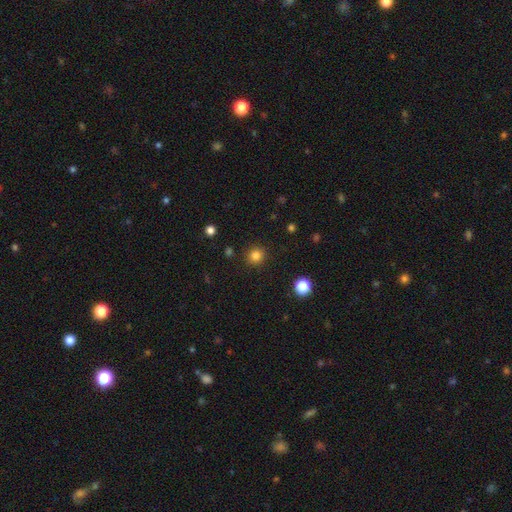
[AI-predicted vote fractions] Smooth or featured? smooth (82%)
How rounded? round (92%)
Merging? none (90%)